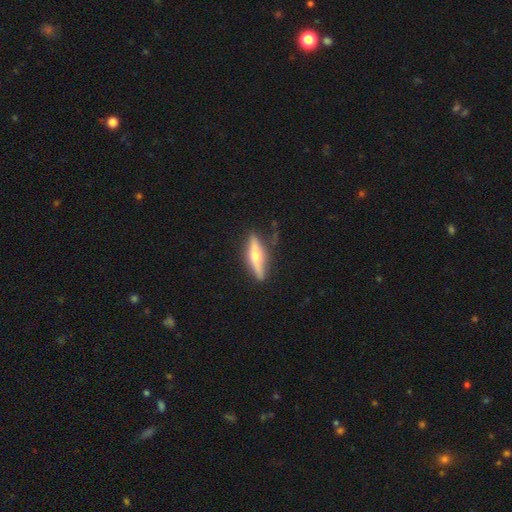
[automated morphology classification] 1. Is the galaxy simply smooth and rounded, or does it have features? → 65% featured or disk, 29% smooth, 6% star or artifact.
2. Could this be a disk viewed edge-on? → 91% yes, 9% no.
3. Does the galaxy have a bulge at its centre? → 91% rounded, 5% none, 4% boxy.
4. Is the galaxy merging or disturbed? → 74% none, 18% minor disturbance, 5% major disturbance, 3% merger.